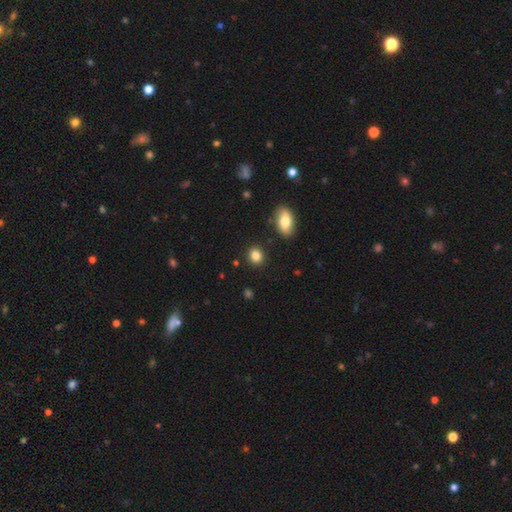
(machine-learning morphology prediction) A smooth galaxy with no disk features (84%) that is round (70%).

Vote fractions:
- Smooth or featured? smooth: 84% / star or artifact: 10% / featured or disk: 6%
- How rounded? round: 70% / in between: 28% / cigar-shaped: 1%
- Merging? none: 89% / minor disturbance: 7% / merger: 2% / major disturbance: 2%